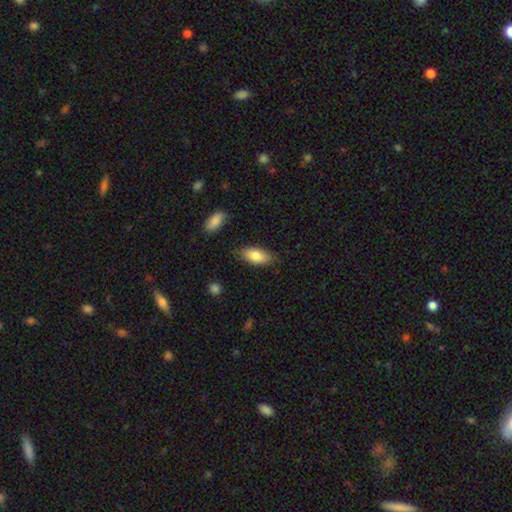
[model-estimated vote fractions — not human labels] Smooth or featured: smooth — 84% (featured or disk — 10%)
How rounded: in between — 87% (cigar-shaped — 10%)
Merging: none — 80% (minor disturbance — 15%)